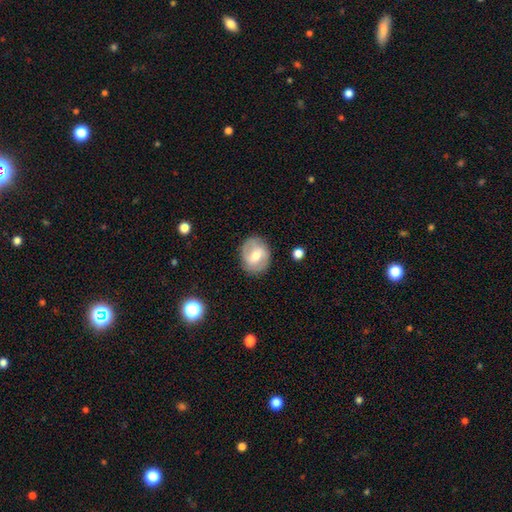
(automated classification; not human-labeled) Morphology: type=featured or disk (52%); edge-on=no (95%); merging=none (83%).